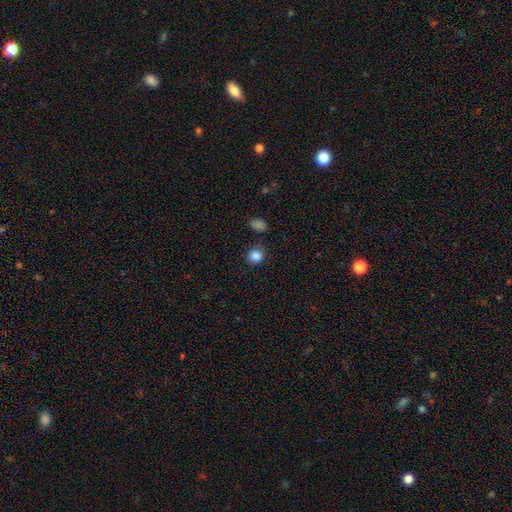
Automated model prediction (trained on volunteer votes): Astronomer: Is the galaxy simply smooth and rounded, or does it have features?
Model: smooth — 85%.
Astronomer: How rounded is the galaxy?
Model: round — 84%.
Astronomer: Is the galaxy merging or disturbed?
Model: none — 82%.